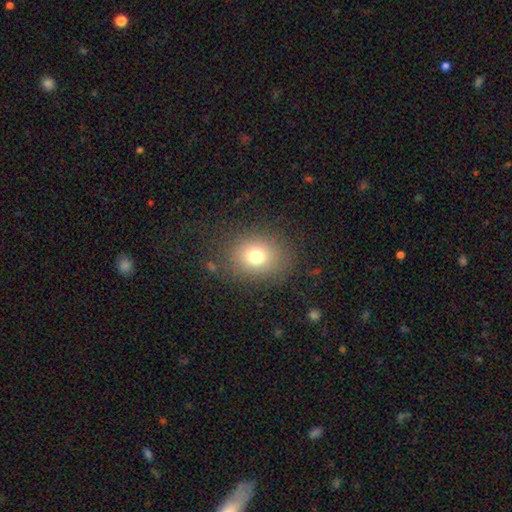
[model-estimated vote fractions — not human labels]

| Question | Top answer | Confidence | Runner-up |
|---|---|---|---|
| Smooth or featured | smooth | 74% | star or artifact (15%) |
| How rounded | round | 65% | in between (34%) |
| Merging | none | 82% | minor disturbance (11%) |